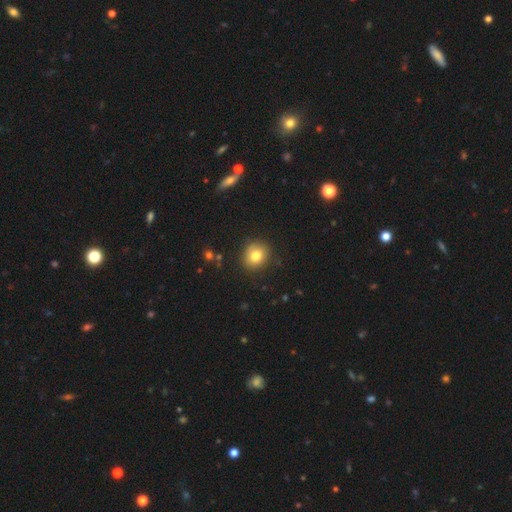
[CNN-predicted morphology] The model was most divided on "how rounded": round: 76%, in between: 23%, cigar-shaped: 1%. More confident: merging — none (85%); smooth or featured — smooth (80%).